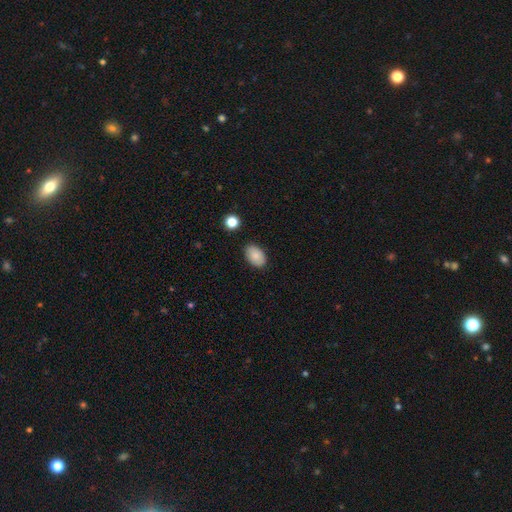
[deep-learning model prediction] Smooth or featured: smooth — 87% (star or artifact — 7%)
How rounded: in between — 90% (round — 9%)
Merging: none — 87% (minor disturbance — 10%)